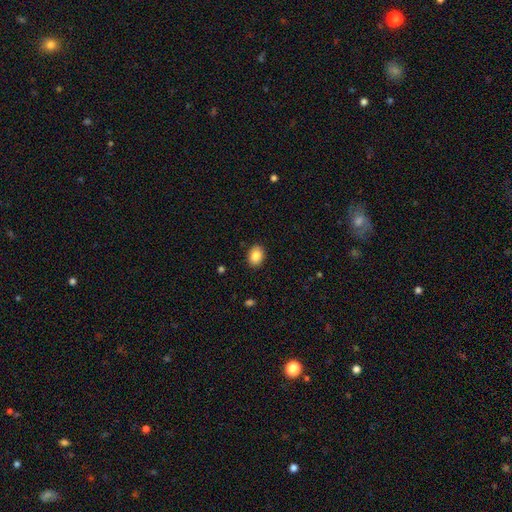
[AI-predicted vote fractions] Smooth or featured?
  - smooth: 85% *
  - star or artifact: 8%
  - featured or disk: 7%
How rounded?
  - in between: 69% *
  - round: 30%
  - cigar-shaped: 1%
Merging?
  - none: 89% *
  - minor disturbance: 8%
  - major disturbance: 2%
  - merger: 1%